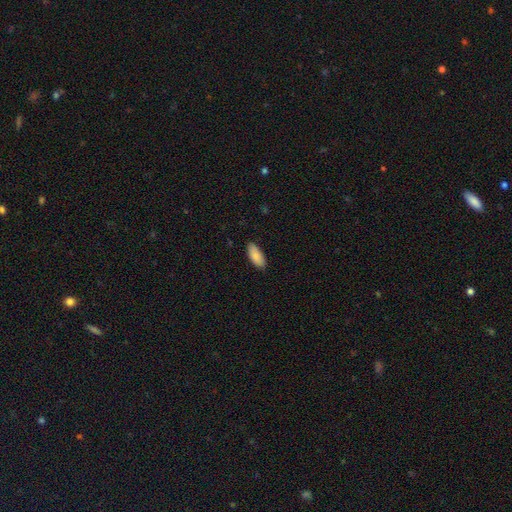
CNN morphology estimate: Smooth or featured? smooth (87%)
How rounded? in between (86%)
Merging? none (86%)